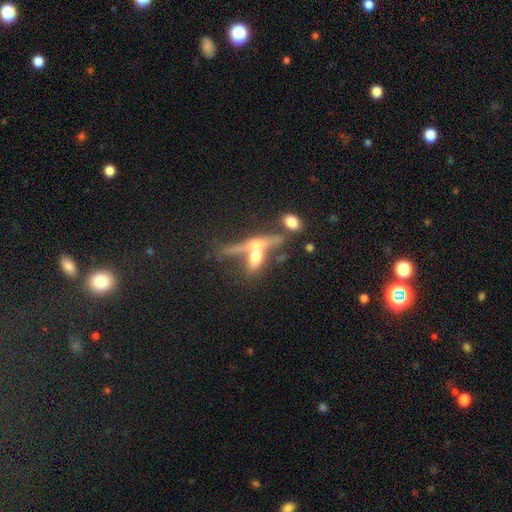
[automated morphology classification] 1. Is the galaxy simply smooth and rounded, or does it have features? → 62% featured or disk, 26% smooth, 12% star or artifact.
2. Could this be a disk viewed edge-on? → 75% yes, 25% no.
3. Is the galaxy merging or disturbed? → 47% merger, 32% none, 11% minor disturbance, 10% major disturbance.